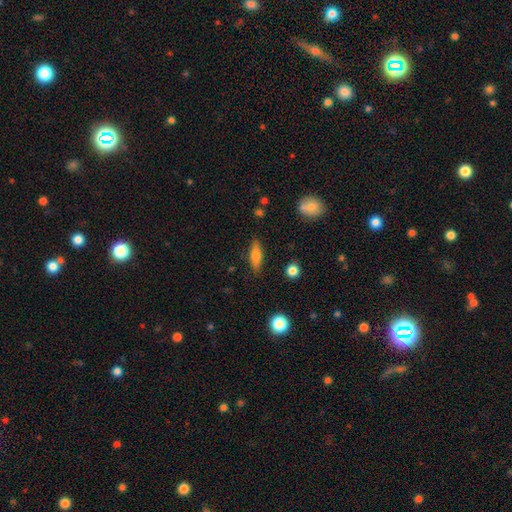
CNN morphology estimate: Smooth or featured: smooth — 73% (featured or disk — 20%)
How rounded: cigar-shaped — 50% (in between — 47%)
Merging: none — 85% (minor disturbance — 11%)